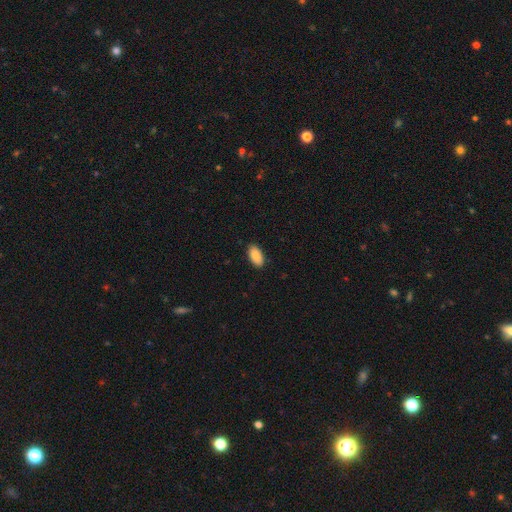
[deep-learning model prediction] smooth_or_featured: smooth (p=0.89) [alt: star or artifact p=0.06]
how_rounded: in between (p=0.94) [alt: cigar-shaped p=0.04]
merging: none (p=0.88) [alt: minor disturbance p=0.09]